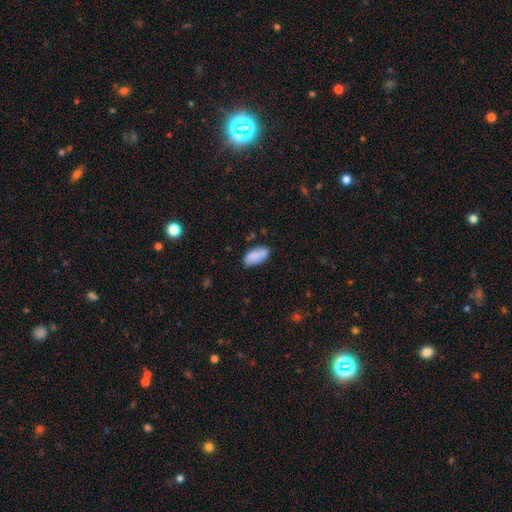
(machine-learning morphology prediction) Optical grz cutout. It shows a smooth galaxy with no disk features (83%) that is in between round and cigar-shaped (91%). Merging: none (74%).